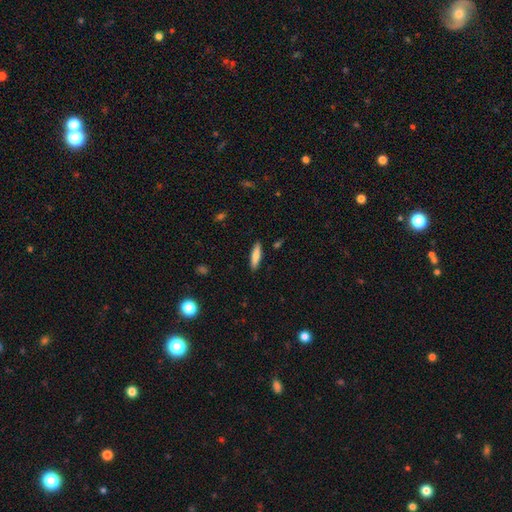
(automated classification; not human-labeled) Smooth or featured? smooth (76%)
How rounded? cigar-shaped (73%)
Merging? none (89%)